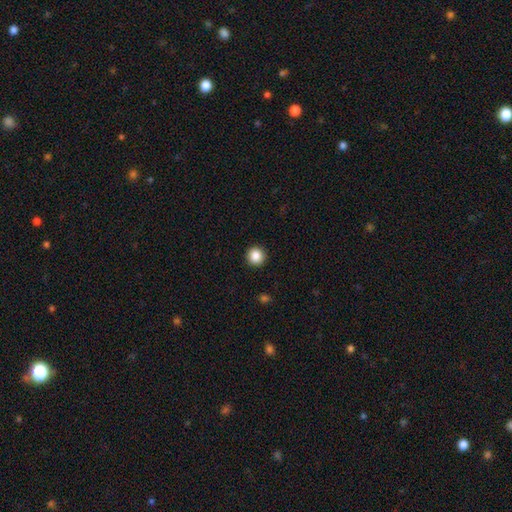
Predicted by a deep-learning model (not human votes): smooth-or-featured: smooth: 86% | star or artifact: 10% | featured or disk: 4%
  how-rounded: round: 96% | in between: 3% | cigar-shaped: 1%
  merging: none: 93% | minor disturbance: 4% | major disturbance: 2% | merger: 1%